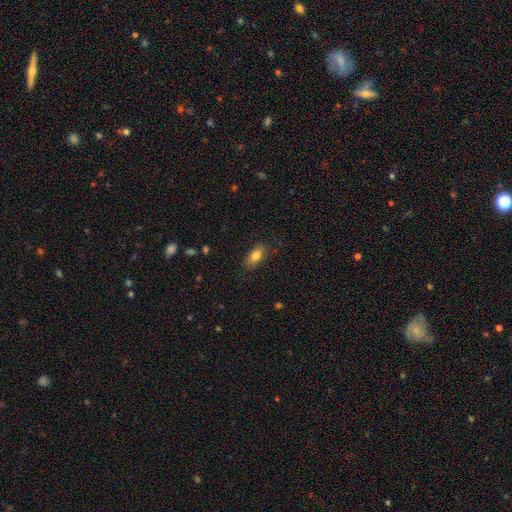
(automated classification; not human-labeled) This appears to be a smooth galaxy with no disk features (80%) that is in between round and cigar-shaped (87%). Merging: none (82%).